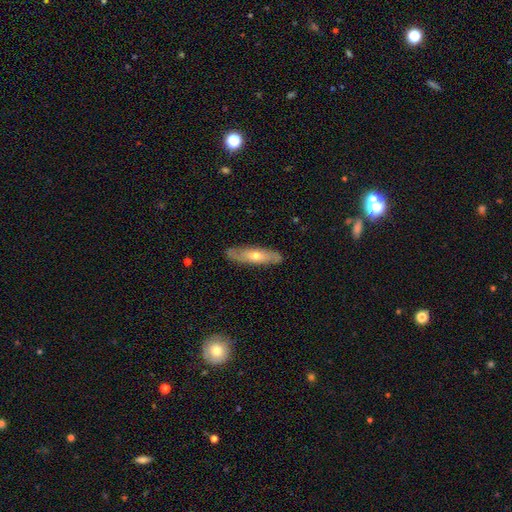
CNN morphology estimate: Smooth or featured?
  - featured or disk: 58% *
  - smooth: 35%
  - star or artifact: 7%
Edge-on disk?
  - yes: 54% *
  - no: 46%
Merging?
  - none: 84% *
  - minor disturbance: 12%
  - major disturbance: 2%
  - merger: 1%